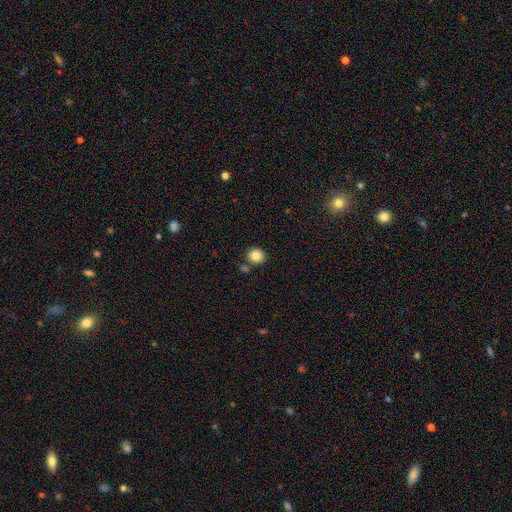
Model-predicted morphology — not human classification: Smooth or featured?
  - smooth: 84% *
  - star or artifact: 10%
  - featured or disk: 6%
How rounded?
  - round: 85% *
  - in between: 14%
  - cigar-shaped: 1%
Merging?
  - none: 79% *
  - merger: 9%
  - minor disturbance: 9%
  - major disturbance: 2%